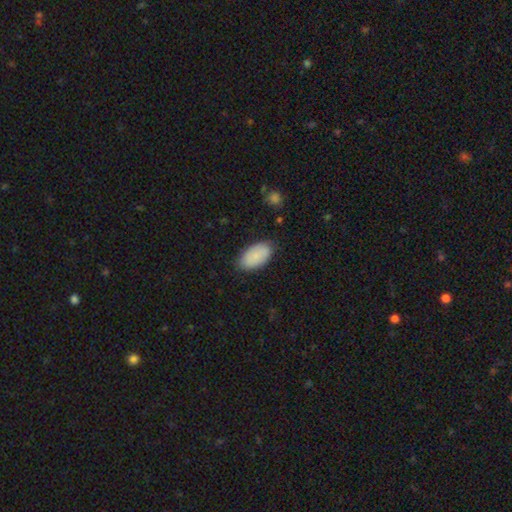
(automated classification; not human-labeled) smooth_or_featured: smooth (p=0.84) [alt: featured or disk p=0.10]
how_rounded: in between (p=0.95) [alt: round p=0.03]
merging: none (p=0.81) [alt: minor disturbance p=0.15]